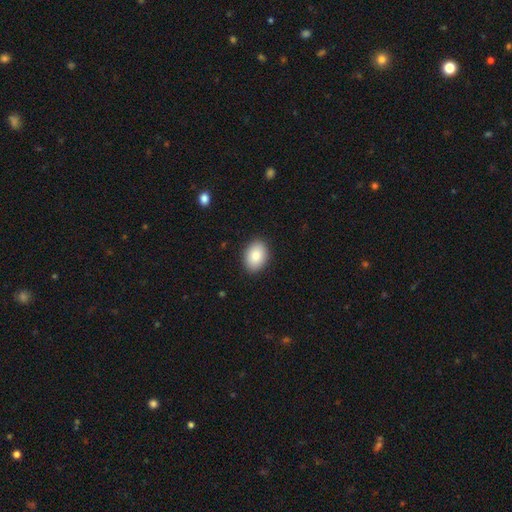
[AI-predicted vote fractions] Smooth or featured?
  - smooth: 87% *
  - star or artifact: 7%
  - featured or disk: 6%
How rounded?
  - in between: 77% *
  - round: 22%
  - cigar-shaped: 1%
Merging?
  - none: 89% *
  - minor disturbance: 8%
  - major disturbance: 2%
  - merger: 1%